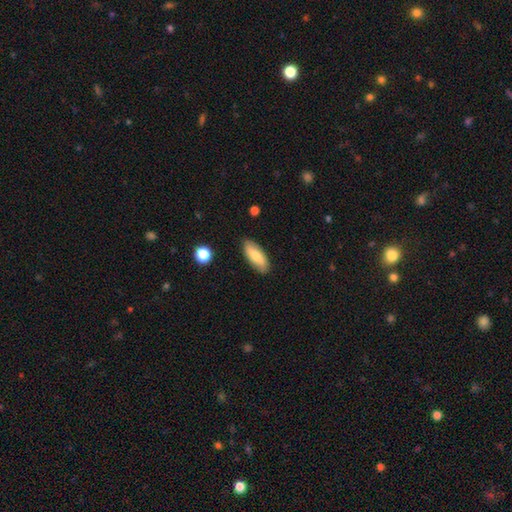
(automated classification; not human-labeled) Overall: smooth (71%). How rounded: in between (79%). Merging: none (85%).